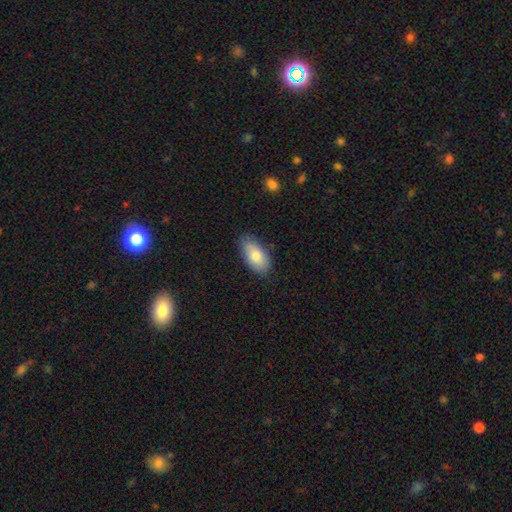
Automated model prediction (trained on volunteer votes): A smooth galaxy with no disk features (80%) that is in between round and cigar-shaped (92%).

Vote fractions:
- Smooth or featured? smooth: 80% / featured or disk: 14% / star or artifact: 7%
- How rounded? in between: 92% / cigar-shaped: 4% / round: 3%
- Merging? none: 80% / minor disturbance: 16% / major disturbance: 3% / merger: 1%